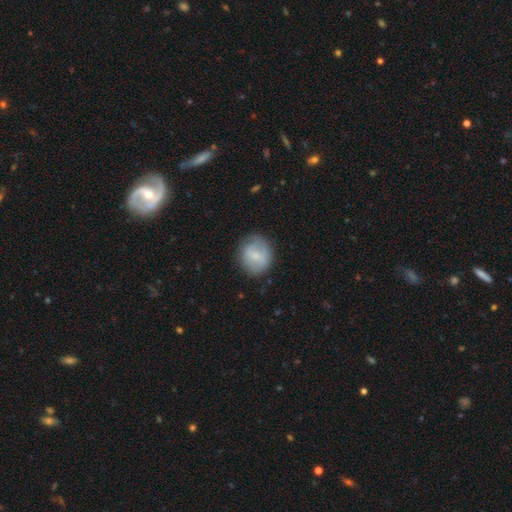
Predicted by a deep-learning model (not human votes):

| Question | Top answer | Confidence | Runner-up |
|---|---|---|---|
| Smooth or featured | smooth | 62% | featured or disk (31%) |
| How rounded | round | 78% | in between (21%) |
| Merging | none | 78% | minor disturbance (16%) |